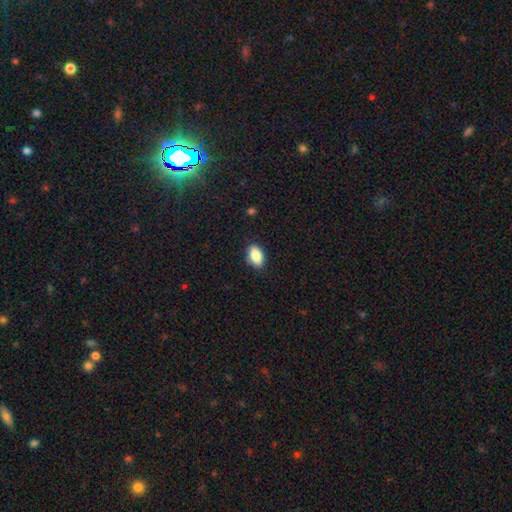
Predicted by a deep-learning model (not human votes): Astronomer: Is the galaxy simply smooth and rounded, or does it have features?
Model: smooth — 88%.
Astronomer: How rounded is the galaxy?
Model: in between — 91%.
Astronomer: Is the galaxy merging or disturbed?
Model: none — 86%.